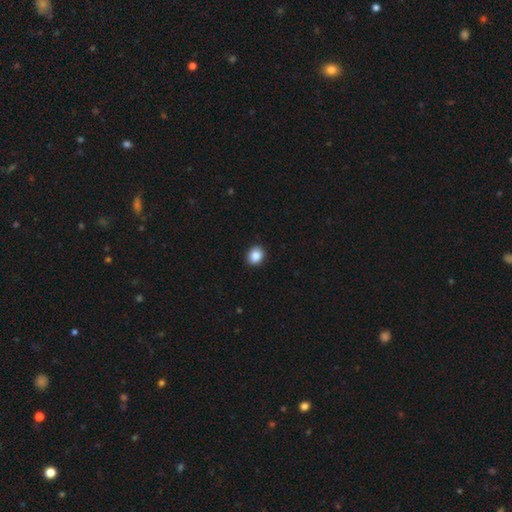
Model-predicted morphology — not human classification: The model was most divided on "how rounded": round: 63%, in between: 36%, cigar-shaped: 1%. More confident: merging — none (91%); smooth or featured — smooth (88%).